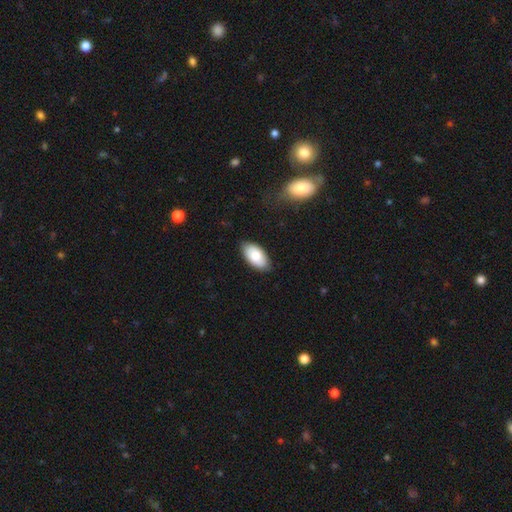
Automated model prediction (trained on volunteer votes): The model was most divided on "smooth or featured": smooth: 80%, featured or disk: 14%, star or artifact: 6%. More confident: how rounded — in between (95%); merging — none (85%).